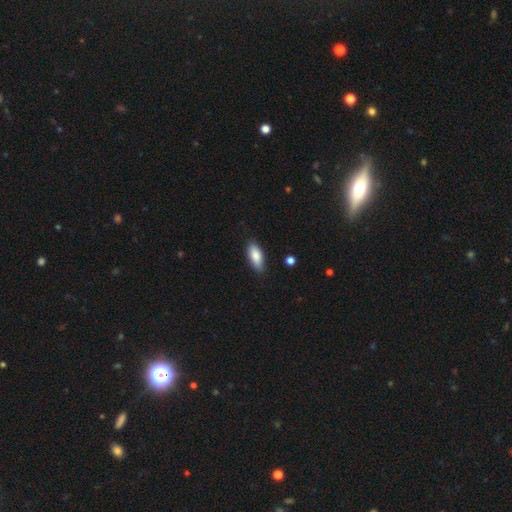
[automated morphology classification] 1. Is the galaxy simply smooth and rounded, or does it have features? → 84% smooth, 9% featured or disk, 6% star or artifact.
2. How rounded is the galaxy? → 81% in between, 17% cigar-shaped, 2% round.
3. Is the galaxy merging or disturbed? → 82% none, 15% minor disturbance, 2% major disturbance, 1% merger.